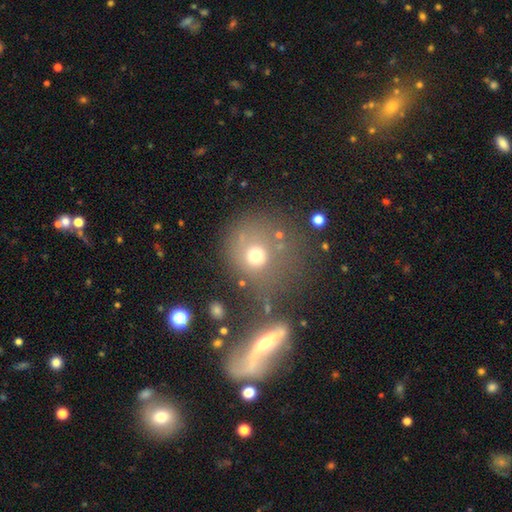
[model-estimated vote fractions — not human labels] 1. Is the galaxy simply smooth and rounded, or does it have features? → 66% smooth, 18% star or artifact, 16% featured or disk.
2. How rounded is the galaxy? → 80% round, 19% in between, 1% cigar-shaped.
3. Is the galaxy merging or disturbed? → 54% none, 16% minor disturbance, 15% merger, 15% major disturbance.